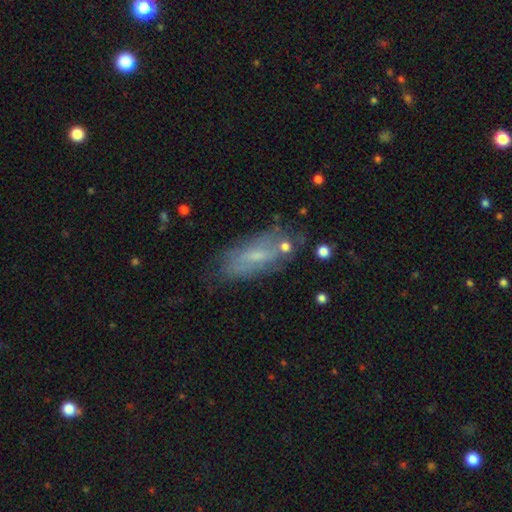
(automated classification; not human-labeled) Morphology: type=featured or disk (46%); merging=none (63%).